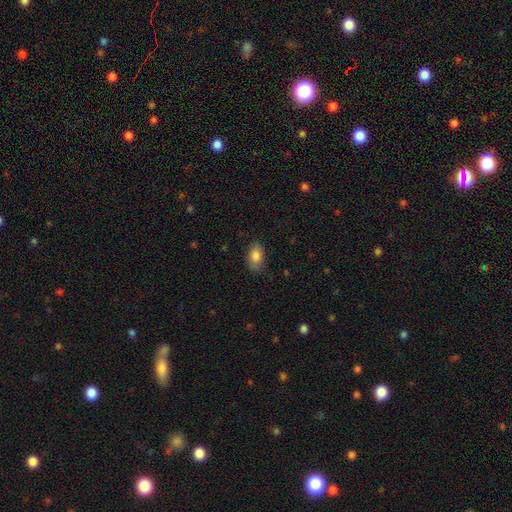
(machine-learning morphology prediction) smooth_or_featured: smooth (p=0.84) [alt: featured or disk p=0.08]
how_rounded: in between (p=0.90) [alt: round p=0.08]
merging: none (p=0.79) [alt: minor disturbance p=0.16]